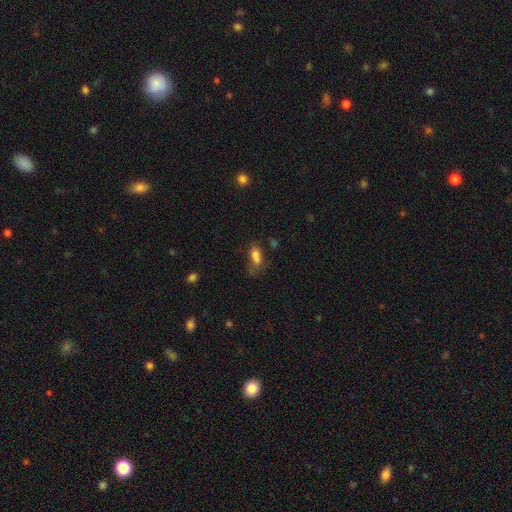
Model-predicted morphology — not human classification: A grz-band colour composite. It shows a smooth galaxy with no disk features (73%) that is in between round and cigar-shaped (82%). Merging: none (35%).